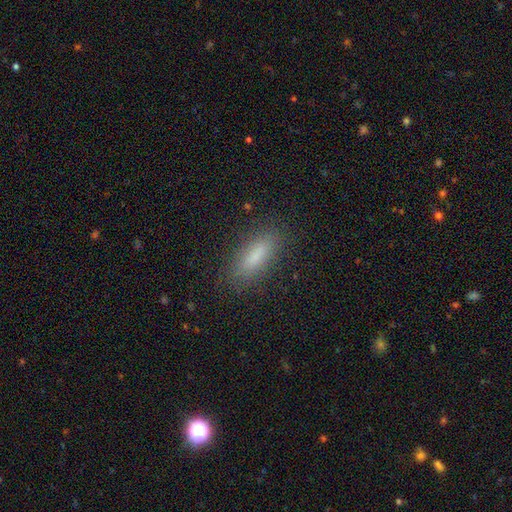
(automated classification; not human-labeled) smooth 80%, featured or disk 11%, star or artifact 9%. Down the decision tree: how rounded — cigar-shaped (49%, tied with in between); merging — none (86%).